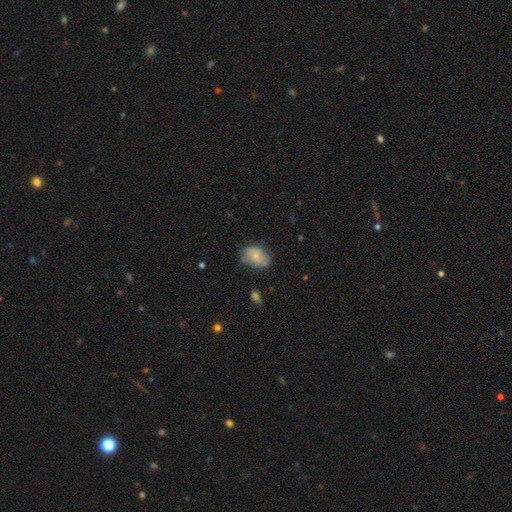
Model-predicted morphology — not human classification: Q: Smooth or featured?
A: smooth (65%); runner-up: featured or disk (27%)
Q: How rounded?
A: in between (74%); runner-up: round (24%)
Q: Merging?
A: none (56%); runner-up: minor disturbance (29%)